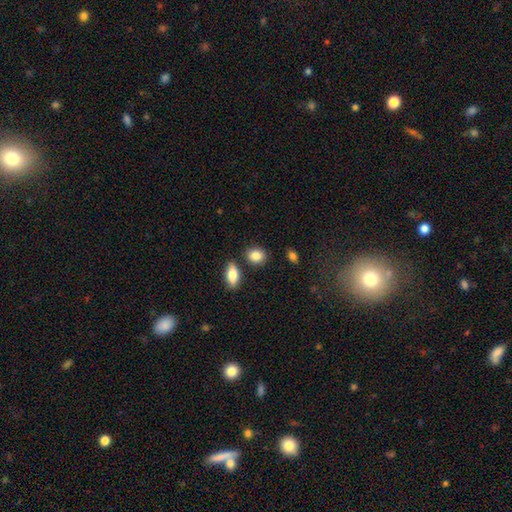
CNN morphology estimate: Smooth or featured? smooth (87%)
How rounded? in between (53%)
Merging? none (80%)